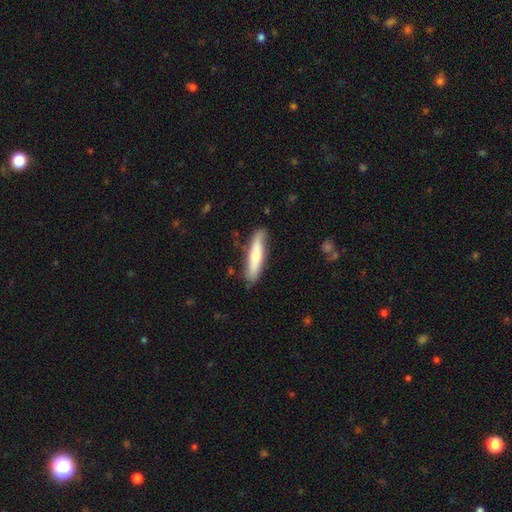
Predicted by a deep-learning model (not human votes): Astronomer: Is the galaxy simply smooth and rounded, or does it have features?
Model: smooth — 63%.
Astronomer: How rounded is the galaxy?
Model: cigar-shaped — 78%.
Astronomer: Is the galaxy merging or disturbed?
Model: none — 79%.